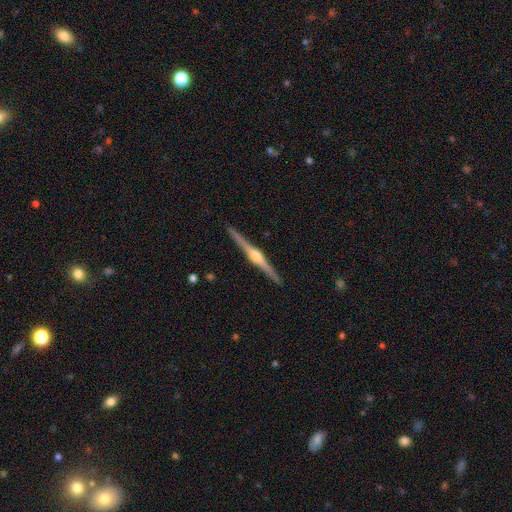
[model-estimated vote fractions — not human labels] Smooth or featured? featured or disk (87%)
Edge-on disk? yes (99%)
Edge-on bulge? rounded (93%)
Merging? none (93%)